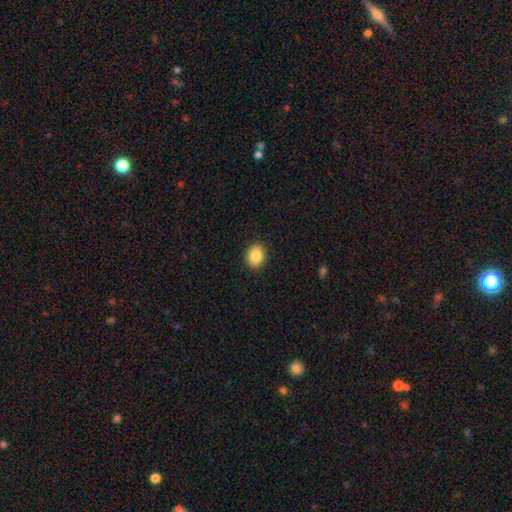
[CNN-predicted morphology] A smooth galaxy with no disk features (86%) that is round (55%).

Vote fractions:
- Smooth or featured? smooth: 86% / star or artifact: 9% / featured or disk: 6%
- How rounded? round: 55% / in between: 44% / cigar-shaped: 1%
- Merging? none: 90% / minor disturbance: 7% / major disturbance: 2% / merger: 1%